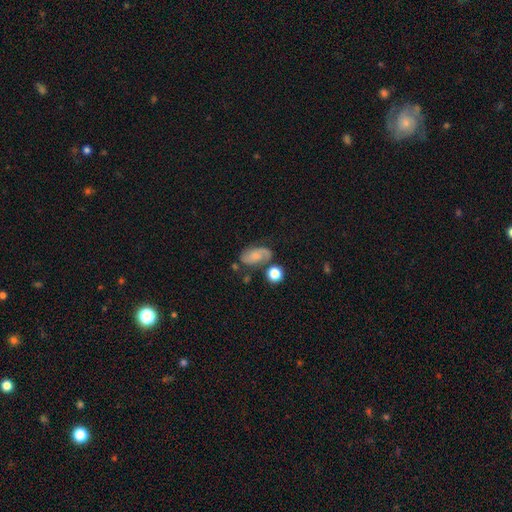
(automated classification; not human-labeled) Smooth or featured?
  - featured or disk: 58% *
  - smooth: 32%
  - star or artifact: 10%
Edge-on disk?
  - no: 96% *
  - yes: 4%
Bar?
  - no: 67% *
  - weak: 28%
  - strong: 5%
Spiral arms?
  - yes: 91% *
  - no: 9%
Spiral winding?
  - medium: 47% *
  - loose: 29%
  - tight: 24%
Spiral arm count?
  - 2: 87% *
  - can't tell: 7%
  - 1: 3%
  - 3: 1%
  - 4: 1%
  - more than 4: 1%
Bulge size?
  - small: 46% *
  - moderate: 28%
  - none: 19%
  - large: 5%
  - dominant: 2%
Merging?
  - none: 65% *
  - minor disturbance: 19%
  - merger: 9%
  - major disturbance: 7%